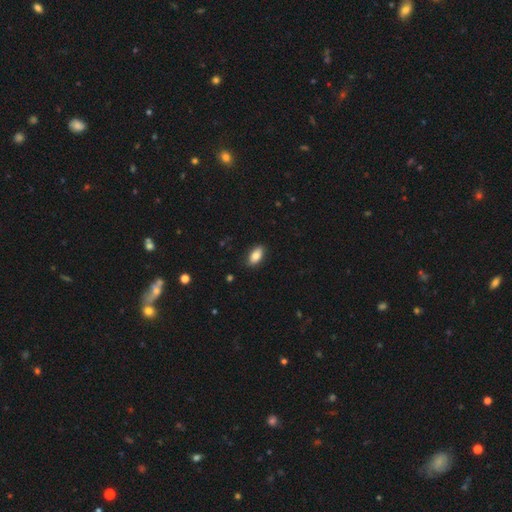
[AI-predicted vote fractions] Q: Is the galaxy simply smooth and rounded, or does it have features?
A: smooth — 83%.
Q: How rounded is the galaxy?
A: in between — 91%.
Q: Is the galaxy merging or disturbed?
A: none — 85%.